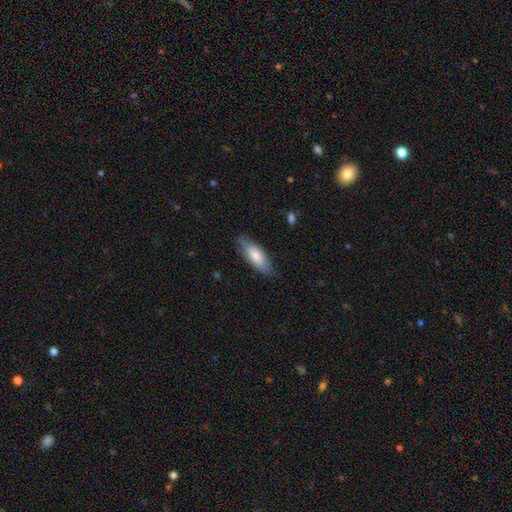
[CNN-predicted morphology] Smooth or featured?
  - smooth: 71% *
  - featured or disk: 23%
  - star or artifact: 6%
How rounded?
  - in between: 68% *
  - cigar-shaped: 30%
  - round: 2%
Merging?
  - none: 76% *
  - minor disturbance: 19%
  - major disturbance: 4%
  - merger: 1%